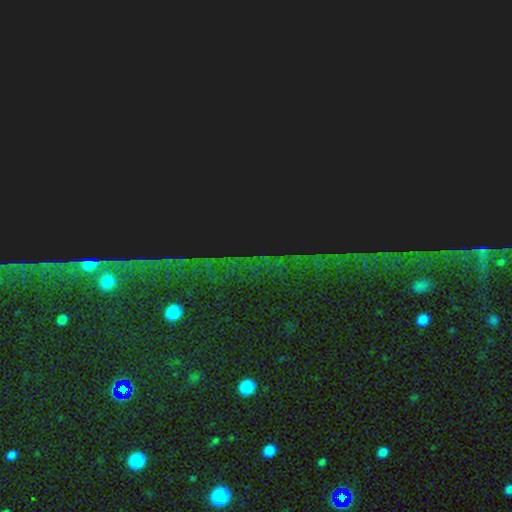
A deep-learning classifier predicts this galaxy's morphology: smooth_or_featured: star or artifact (p=0.85) [alt: smooth p=0.08]